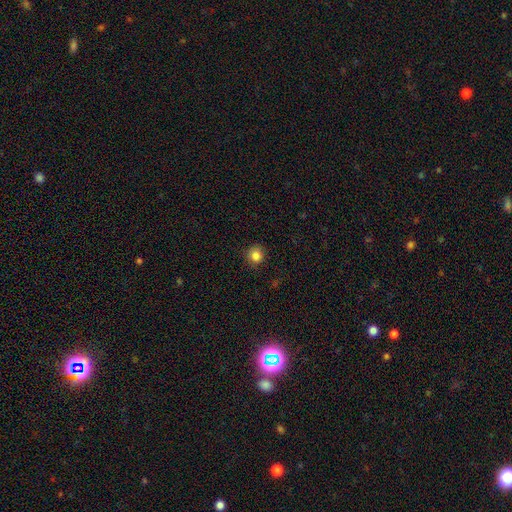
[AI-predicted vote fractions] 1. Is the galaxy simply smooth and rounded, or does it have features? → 84% smooth, 12% star or artifact, 4% featured or disk.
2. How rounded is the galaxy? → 89% round, 10% in between, 1% cigar-shaped.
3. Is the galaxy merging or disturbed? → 87% none, 9% minor disturbance, 2% major disturbance, 1% merger.